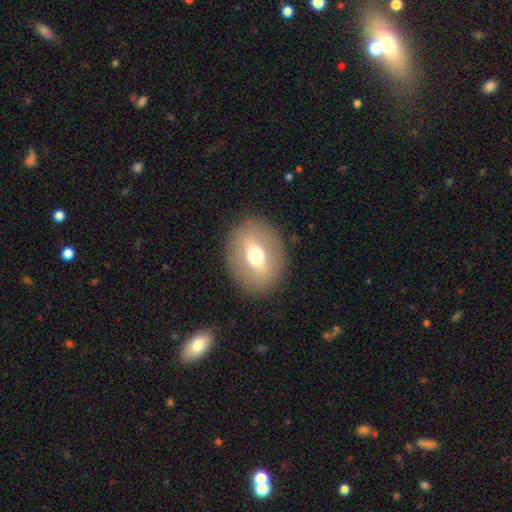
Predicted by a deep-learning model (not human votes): smooth-or-featured: smooth: 48% | featured or disk: 42% | star or artifact: 10%
  merging: none: 87% | minor disturbance: 8% | major disturbance: 4% | merger: 1%